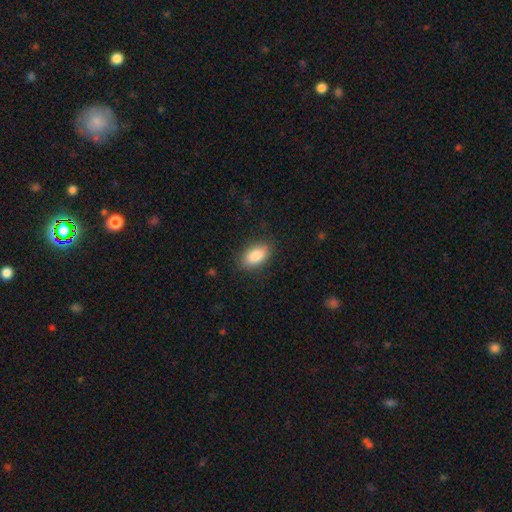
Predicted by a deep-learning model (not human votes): A smooth galaxy with no disk features (86%) that is in between round and cigar-shaped (92%).

Vote fractions:
- Smooth or featured? smooth: 86% / star or artifact: 7% / featured or disk: 7%
- How rounded? in between: 92% / round: 5% / cigar-shaped: 3%
- Merging? none: 85% / minor disturbance: 11% / major disturbance: 3% / merger: 1%